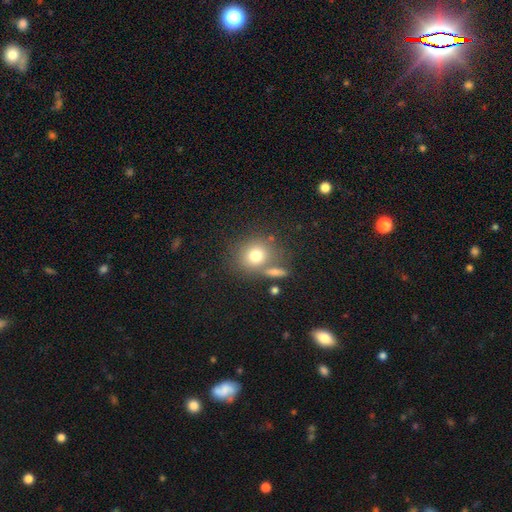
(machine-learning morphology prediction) This is likely a smooth galaxy (77%). How rounded: likely round (78%). Merging: likely none (64%).